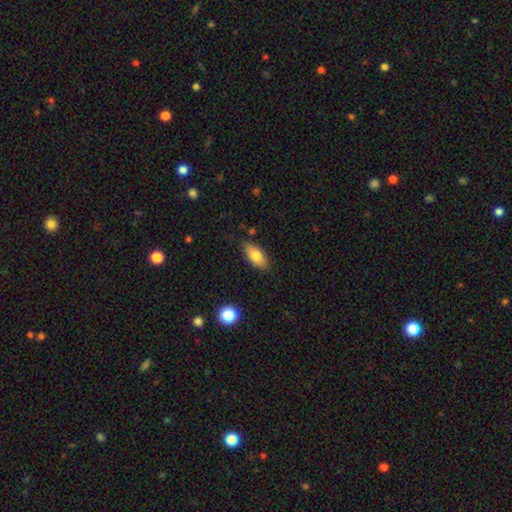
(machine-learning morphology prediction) Smooth or featured? smooth (79%)
How rounded? in between (89%)
Merging? none (84%)